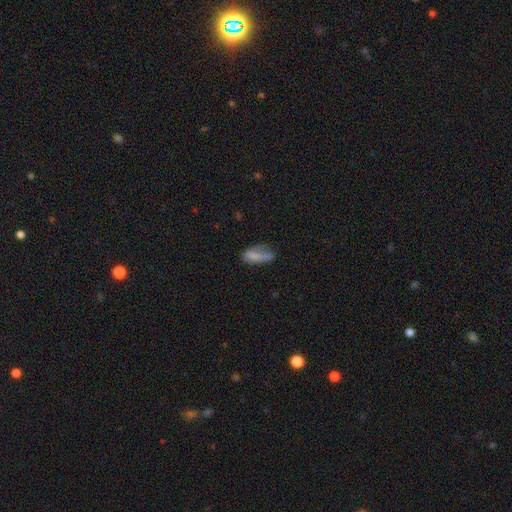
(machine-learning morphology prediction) smooth-or-featured: smooth: 68% | featured or disk: 22% | star or artifact: 10%
  how-rounded: in between: 82% | cigar-shaped: 14% | round: 4%
  merging: none: 36% | minor disturbance: 32% | major disturbance: 27% | merger: 5%